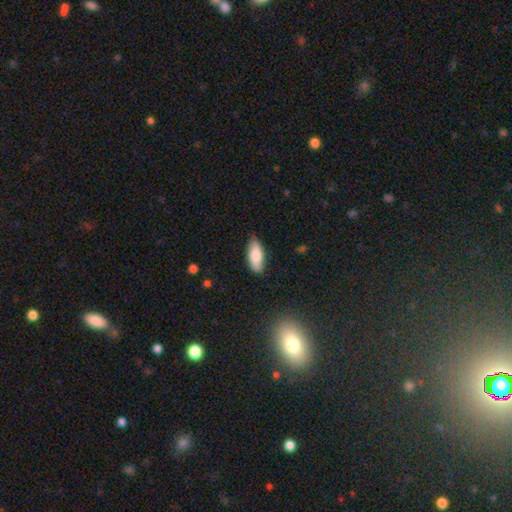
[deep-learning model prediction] Smooth or featured? Predicted: smooth (p=0.80). How rounded? Predicted: in between (p=0.79). Merging? Predicted: none (p=0.75).